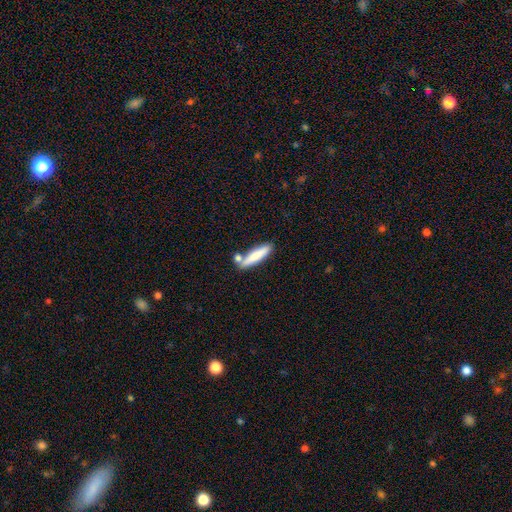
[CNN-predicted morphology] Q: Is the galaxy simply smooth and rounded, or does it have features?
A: smooth — 78%.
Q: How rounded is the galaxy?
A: cigar-shaped — 81%.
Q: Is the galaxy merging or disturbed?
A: none — 65%.